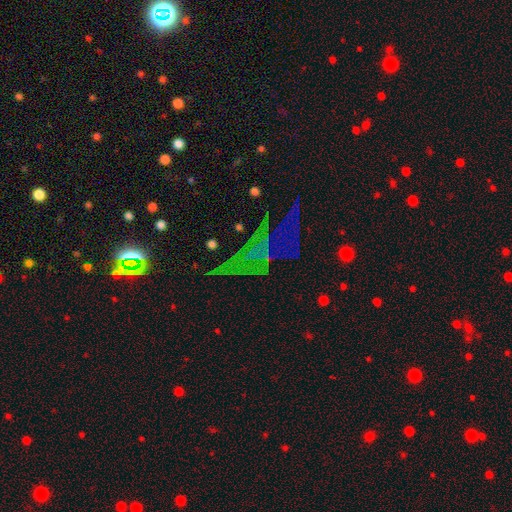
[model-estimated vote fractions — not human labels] smooth_or_featured: star or artifact (p=0.58) [alt: featured or disk p=0.22]